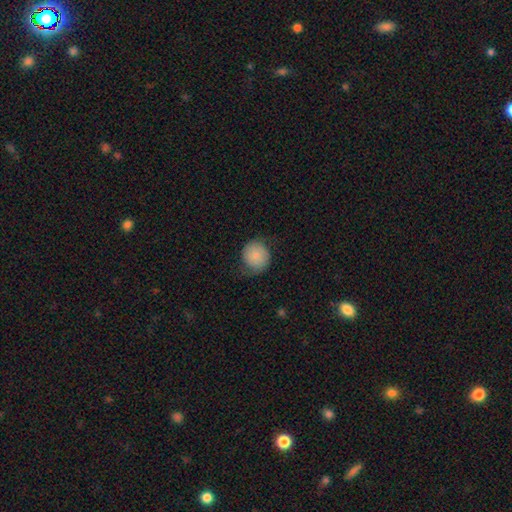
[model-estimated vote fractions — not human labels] smooth-or-featured: smooth: 69% | featured or disk: 24% | star or artifact: 7%
  how-rounded: round: 86% | in between: 13% | cigar-shaped: 1%
  merging: none: 63% | minor disturbance: 26% | major disturbance: 10% | merger: 1%